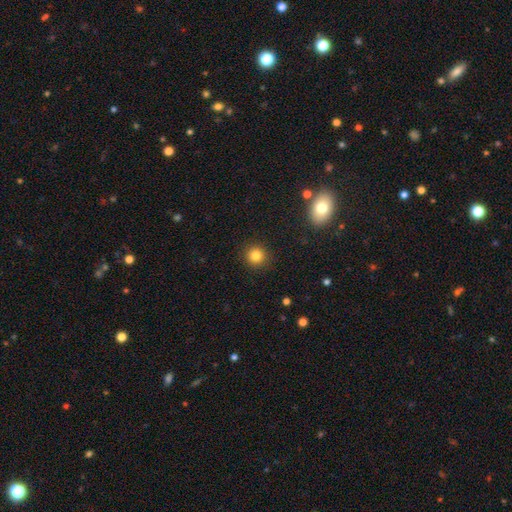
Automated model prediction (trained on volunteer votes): Smooth or featured?
  - smooth: 83% *
  - star or artifact: 12%
  - featured or disk: 5%
How rounded?
  - round: 92% *
  - in between: 7%
  - cigar-shaped: 1%
Merging?
  - none: 90% *
  - minor disturbance: 6%
  - major disturbance: 2%
  - merger: 1%